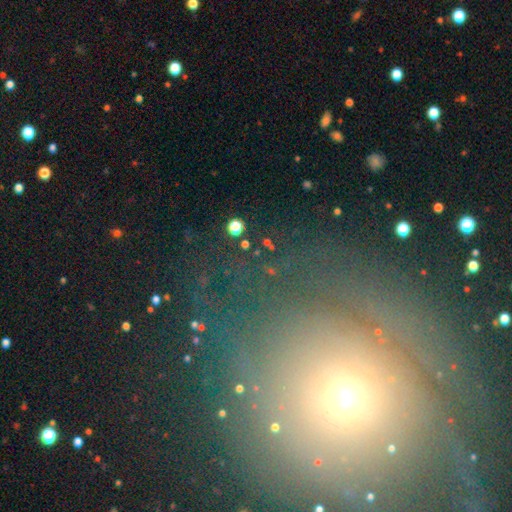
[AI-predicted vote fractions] Overall: star or artifact (48%; smooth 31%).